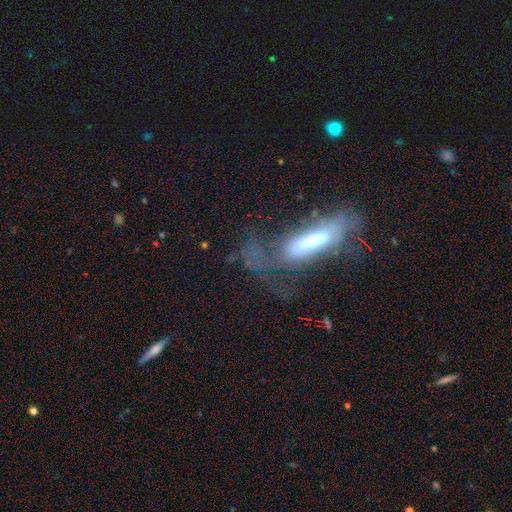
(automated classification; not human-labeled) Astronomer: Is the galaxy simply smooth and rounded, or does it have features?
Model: featured or disk — 49% (runner-up: smooth, 37%).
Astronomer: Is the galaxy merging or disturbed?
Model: major disturbance — 42% (runner-up: none, 32%).